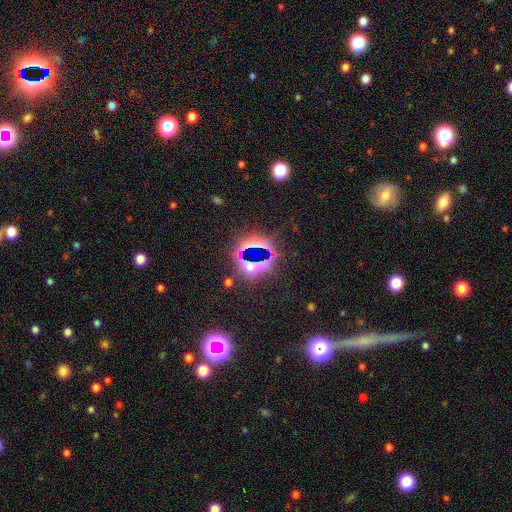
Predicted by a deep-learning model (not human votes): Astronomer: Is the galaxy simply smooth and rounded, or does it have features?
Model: star or artifact — 74%.